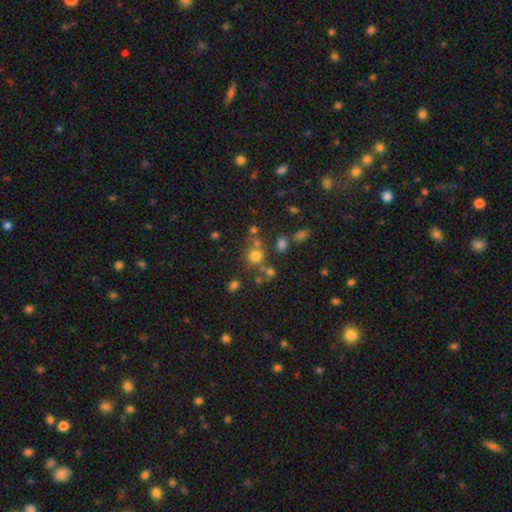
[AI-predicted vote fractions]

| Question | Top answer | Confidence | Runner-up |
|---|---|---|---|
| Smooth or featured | smooth | 70% | star or artifact (19%) |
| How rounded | round | 84% | in between (14%) |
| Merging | none | 62% | merger (21%) |